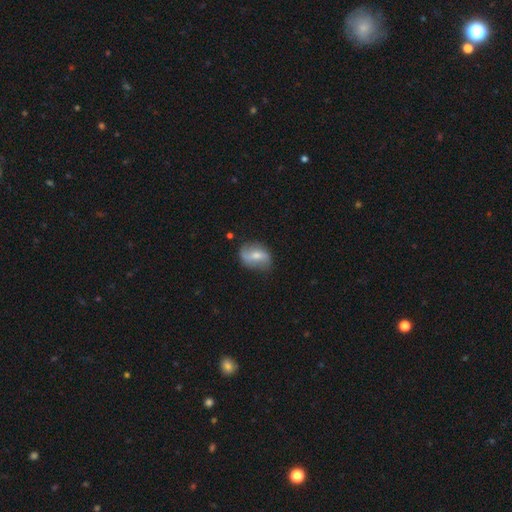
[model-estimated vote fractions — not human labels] Smooth or featured?
  - featured or disk: 52% *
  - smooth: 40%
  - star or artifact: 7%
Edge-on disk?
  - no: 94% *
  - yes: 6%
Merging?
  - none: 67% *
  - minor disturbance: 24%
  - major disturbance: 7%
  - merger: 2%